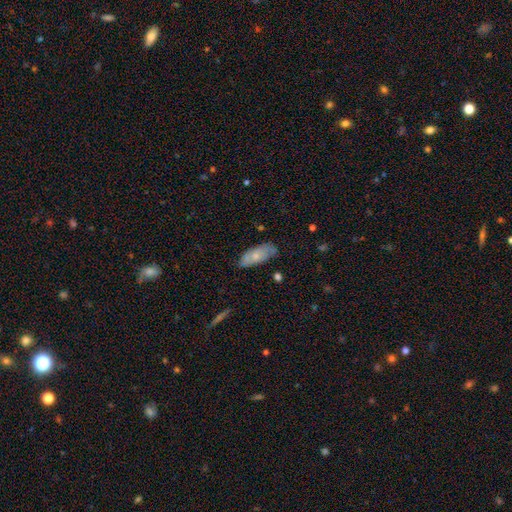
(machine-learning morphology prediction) smooth-or-featured: smooth: 59% | featured or disk: 34% | star or artifact: 6%
  how-rounded: in between: 80% | cigar-shaped: 18% | round: 2%
  merging: none: 75% | minor disturbance: 20% | major disturbance: 3% | merger: 2%